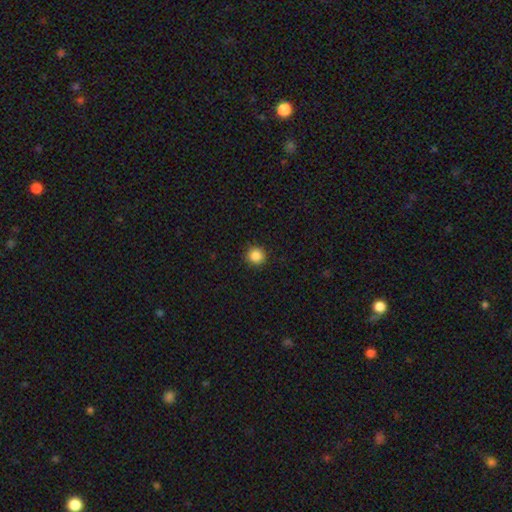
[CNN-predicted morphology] smooth-or-featured: smooth: 87% | star or artifact: 10% | featured or disk: 3%
  how-rounded: round: 94% | in between: 5% | cigar-shaped: 1%
  merging: none: 91% | minor disturbance: 6% | major disturbance: 2% | merger: 1%